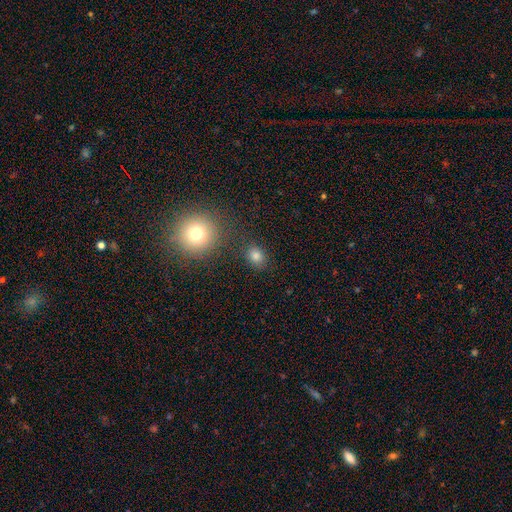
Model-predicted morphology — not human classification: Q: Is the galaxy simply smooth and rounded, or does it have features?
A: smooth — 80%.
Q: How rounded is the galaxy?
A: round — 53%.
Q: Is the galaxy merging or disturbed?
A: none — 80%.